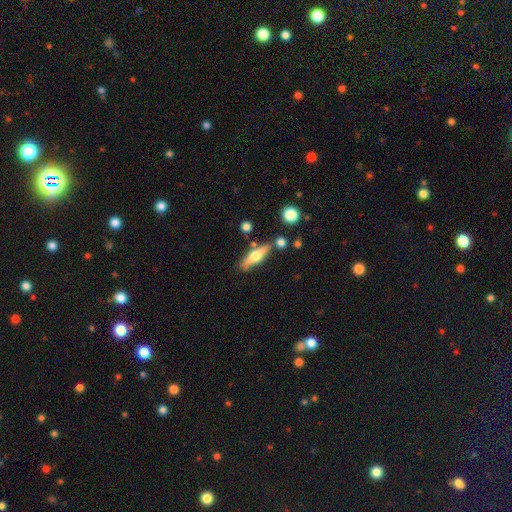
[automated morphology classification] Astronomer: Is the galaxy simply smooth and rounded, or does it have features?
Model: featured or disk — 52% (runner-up: smooth, 41%).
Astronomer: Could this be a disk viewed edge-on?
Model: yes — 90%.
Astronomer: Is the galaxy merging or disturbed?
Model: none — 76%.